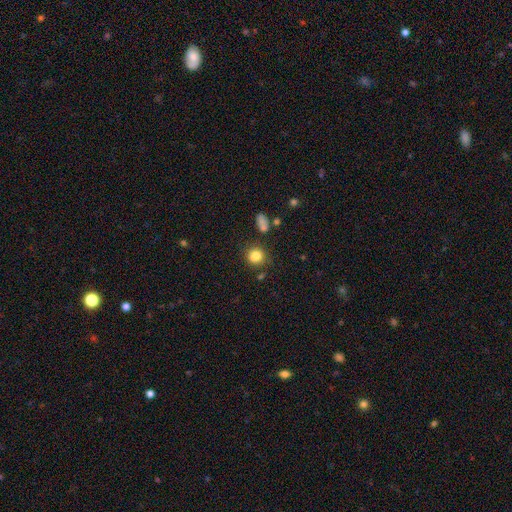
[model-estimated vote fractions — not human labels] smooth-or-featured: smooth: 83% | star or artifact: 11% | featured or disk: 6%
  how-rounded: round: 87% | in between: 12% | cigar-shaped: 1%
  merging: none: 81% | minor disturbance: 11% | merger: 5% | major disturbance: 3%